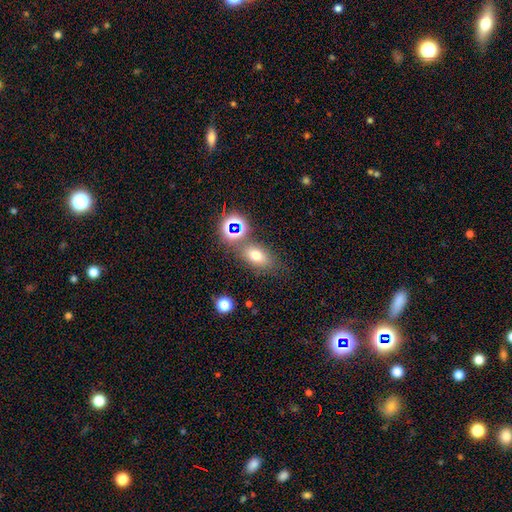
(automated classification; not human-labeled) Overall: smooth (67%). How rounded: in between (76%). Merging: none (69%).